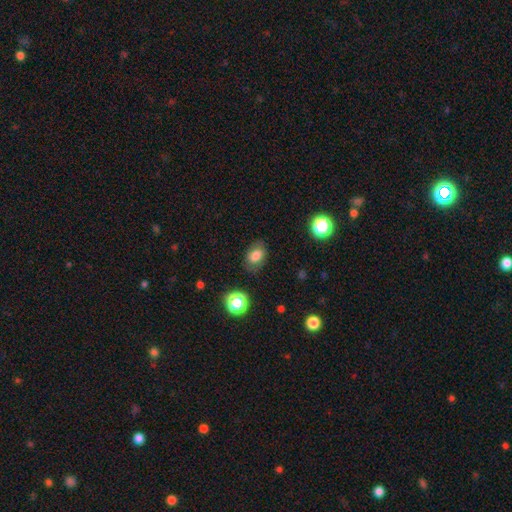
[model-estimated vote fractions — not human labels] This appears to be a smooth galaxy with no disk features (76%) that is in between round and cigar-shaped (78%). Merging: none (77%).